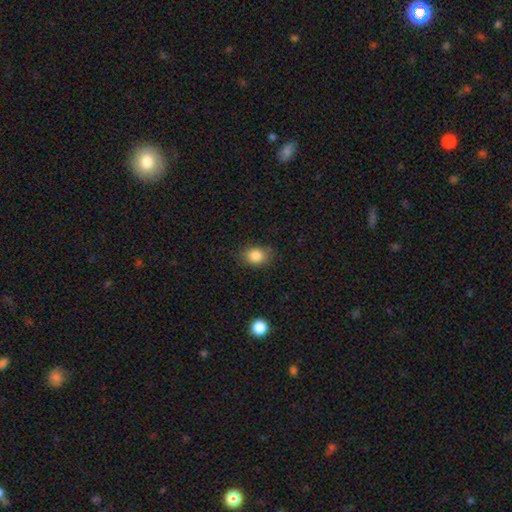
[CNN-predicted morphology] Smooth or featured? smooth (86%)
How rounded? in between (57%)
Merging? none (80%)